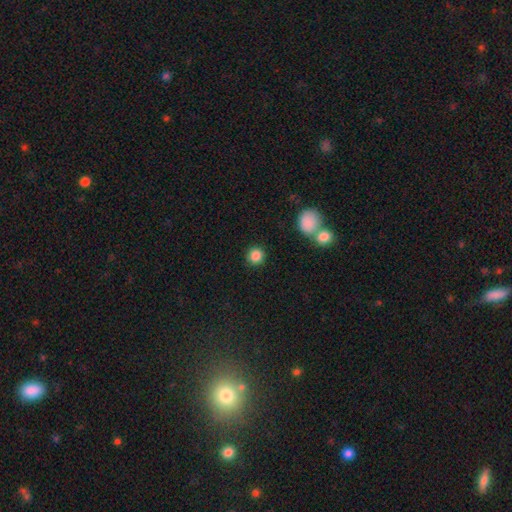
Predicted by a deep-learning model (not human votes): Smooth or featured? Predicted: smooth (p=0.86). How rounded? Predicted: round (p=0.93). Merging? Predicted: none (p=0.89).